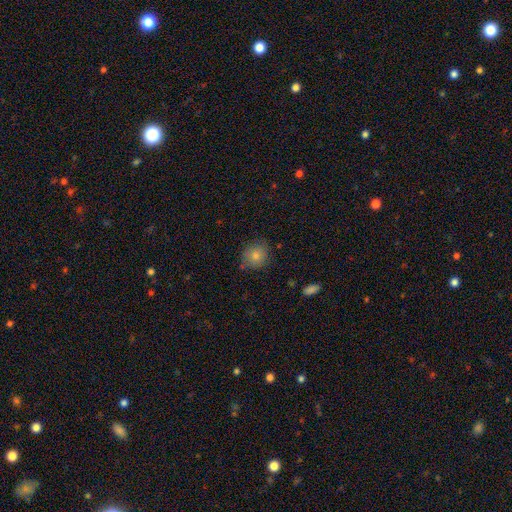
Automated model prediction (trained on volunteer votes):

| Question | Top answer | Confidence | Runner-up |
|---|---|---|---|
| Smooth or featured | smooth | 81% | star or artifact (10%) |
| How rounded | round | 75% | in between (24%) |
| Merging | none | 75% | minor disturbance (19%) |